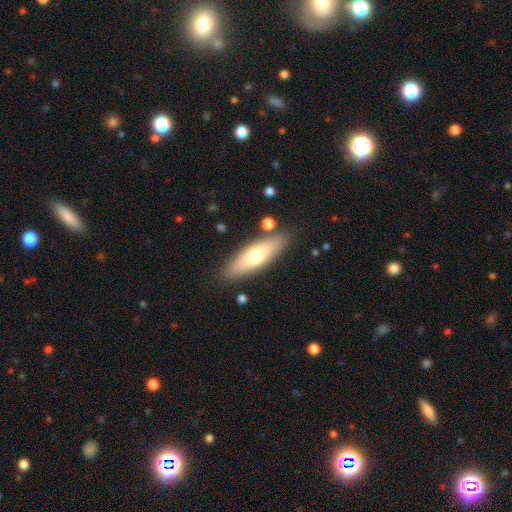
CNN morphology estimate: A smooth galaxy with no disk features (64%) that is cigar-shaped (52%).

Vote fractions:
- Smooth or featured? smooth: 64% / featured or disk: 31% / star or artifact: 6%
- How rounded? cigar-shaped: 52% / in between: 46% / round: 2%
- Merging? none: 85% / minor disturbance: 10% / merger: 3% / major disturbance: 2%